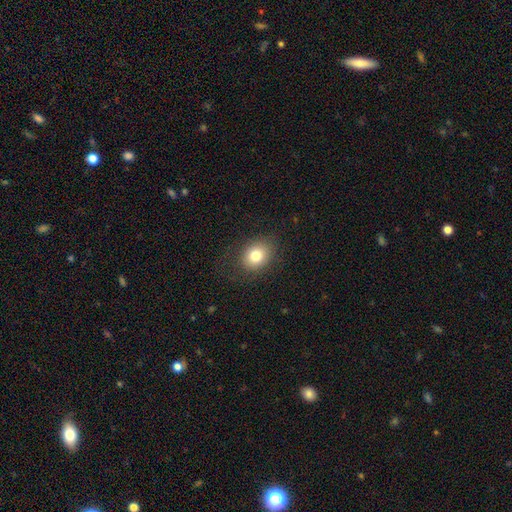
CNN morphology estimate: smooth 80%, star or artifact 10%, featured or disk 10%. Down the decision tree: how rounded — round (52%); merging — none (80%).